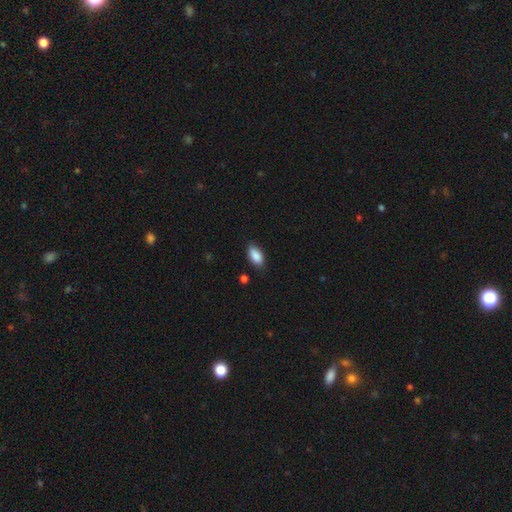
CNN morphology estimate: type=smooth (88%); roundness=in between (91%); merging=none (82%).